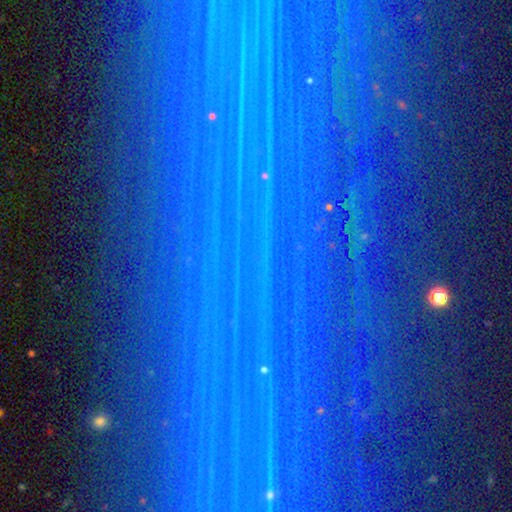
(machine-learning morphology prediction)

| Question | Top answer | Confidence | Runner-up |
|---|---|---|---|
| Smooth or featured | star or artifact | 82% | featured or disk (10%) |